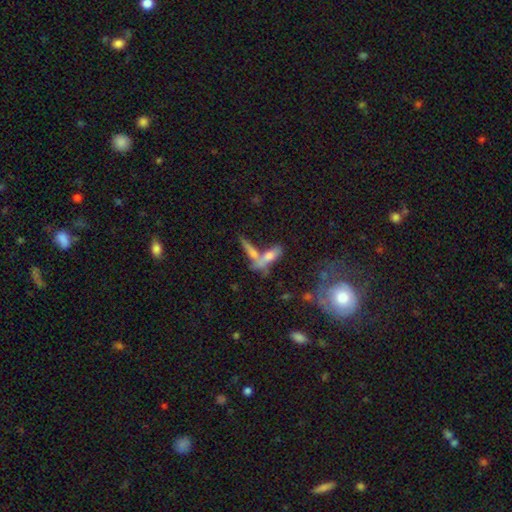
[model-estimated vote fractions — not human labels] smooth 46%, featured or disk 41%, star or artifact 13%. Down the decision tree: merging — merger (42%).